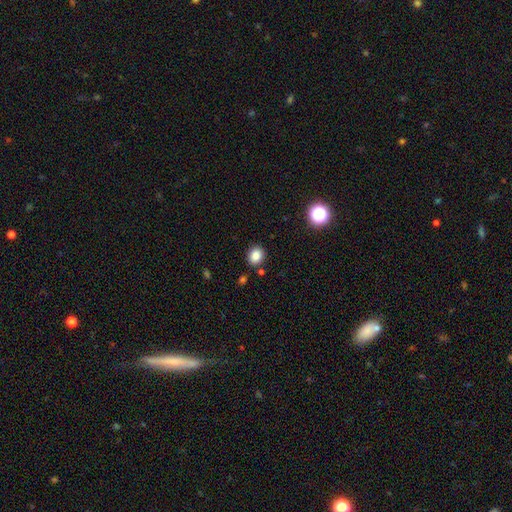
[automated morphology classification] Q: Smooth or featured?
A: smooth (85%); runner-up: star or artifact (11%)
Q: How rounded?
A: round (61%); runner-up: in between (38%)
Q: Merging?
A: none (85%); runner-up: minor disturbance (9%)